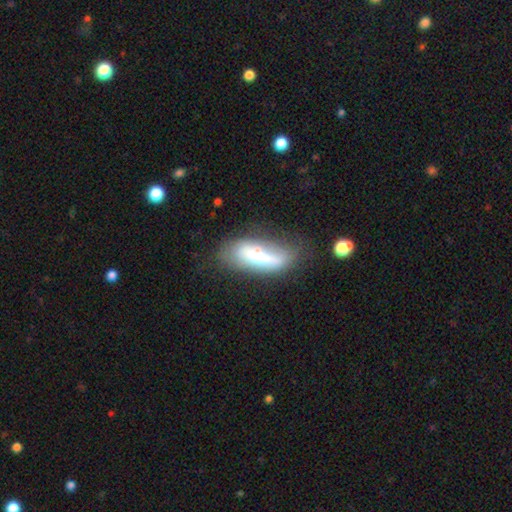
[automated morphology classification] smooth 57%, featured or disk 35%, star or artifact 8%. Down the decision tree: how rounded — in between (61%); merging — none (42%).